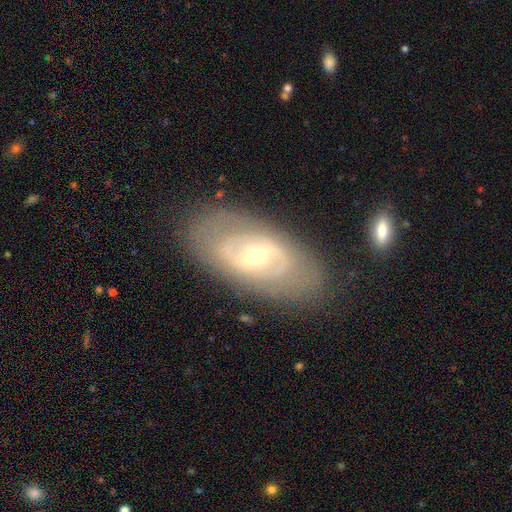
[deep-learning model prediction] This is likely a featured or disk galaxy (74%). It is clearly not viewed edge-on (92%). Bar: marginally no (44%). Spiral arm pattern: likely yes (61%). Central bulge: likely small (60%). Merging: clearly none (82%).